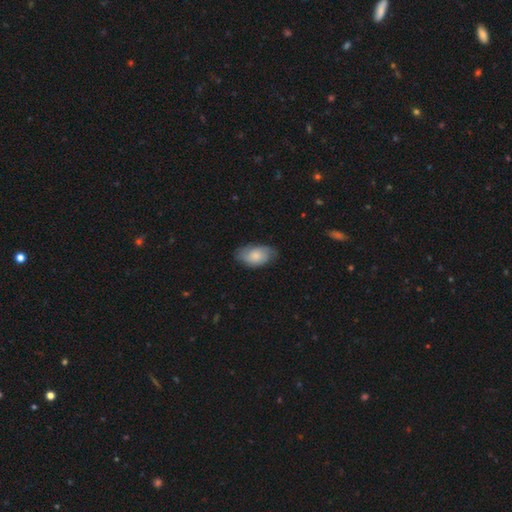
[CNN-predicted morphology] Overall: smooth (69%). How rounded: in between (93%). Merging: none (70%).